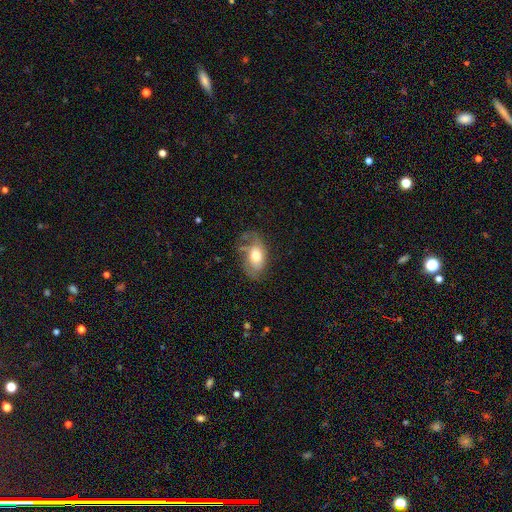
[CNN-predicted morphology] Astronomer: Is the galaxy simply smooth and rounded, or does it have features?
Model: featured or disk — 48% (runner-up: smooth, 45%).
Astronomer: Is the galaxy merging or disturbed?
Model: none — 46% (runner-up: minor disturbance, 27%).